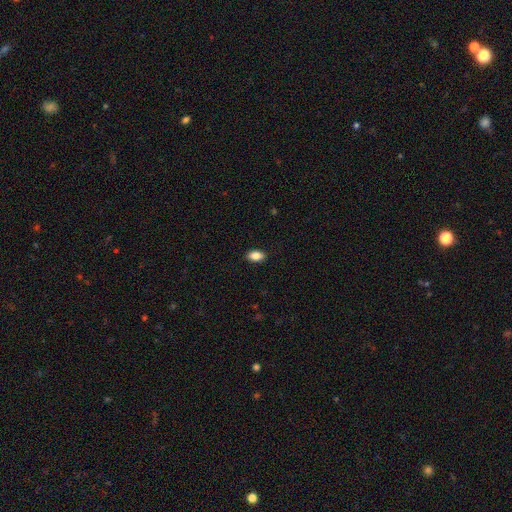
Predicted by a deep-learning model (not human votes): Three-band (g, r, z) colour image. It shows a smooth galaxy with no disk features (86%) that is in between round and cigar-shaped (90%). Merging: none (89%).